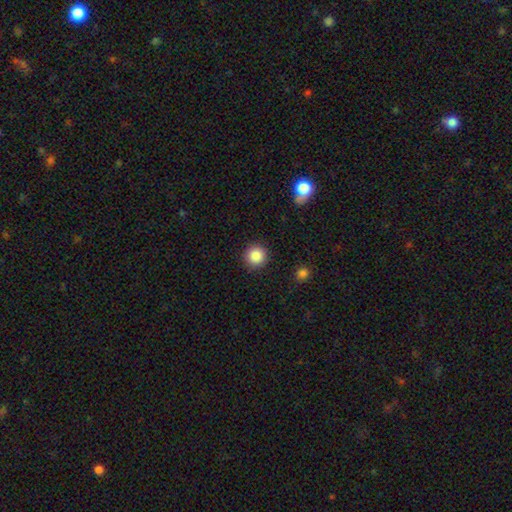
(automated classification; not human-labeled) The model was most divided on "smooth or featured": smooth: 87%, star or artifact: 9%, featured or disk: 4%. More confident: how rounded — round (95%); merging — none (91%).